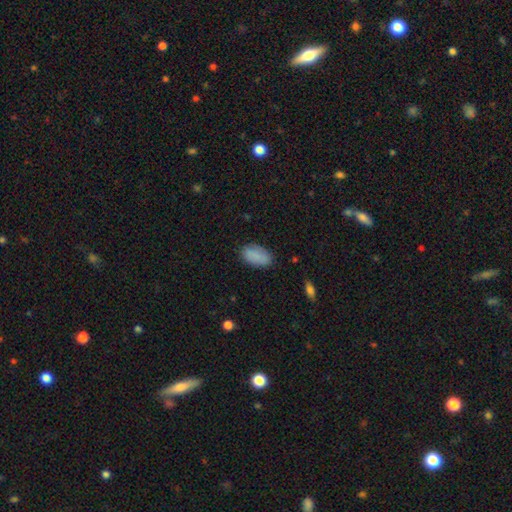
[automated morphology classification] A smooth galaxy with no disk features (87%) that is in between round and cigar-shaped (94%). Merging: none (83%).